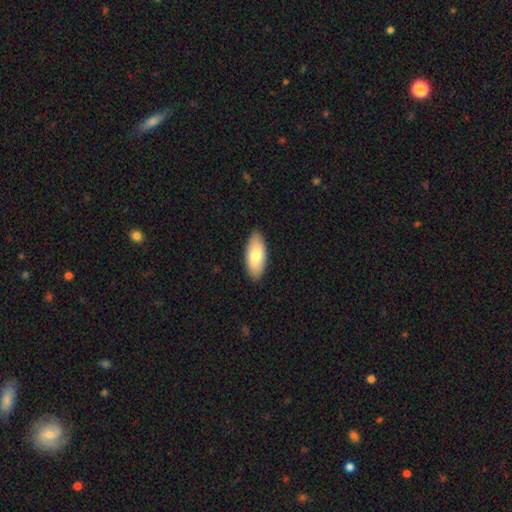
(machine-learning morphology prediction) Smooth or featured? Predicted: smooth (p=0.78). How rounded? Predicted: in between (p=0.87). Merging? Predicted: none (p=0.89).